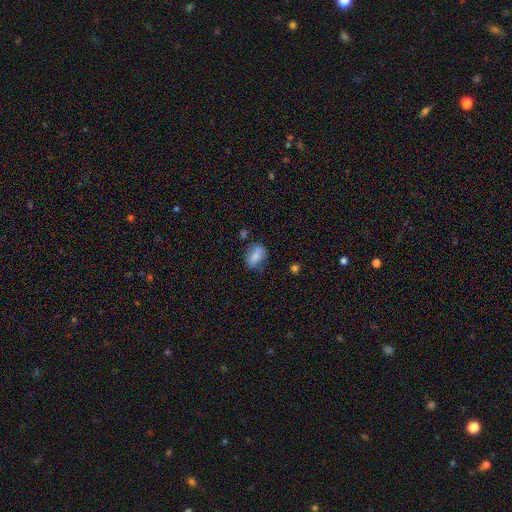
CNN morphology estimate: This appears to be a smooth galaxy with no disk features (75%) that is in between round and cigar-shaped (77%). Merging: none (66%).